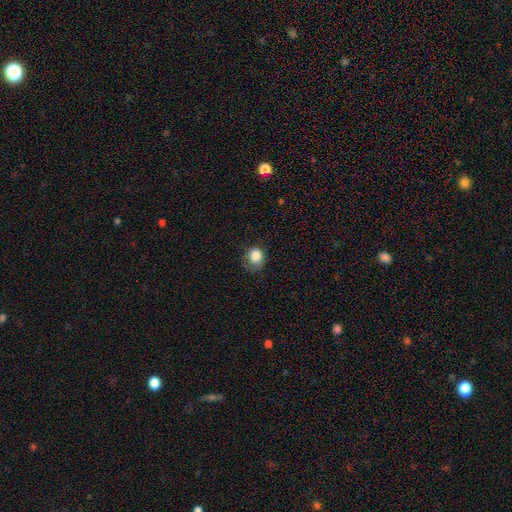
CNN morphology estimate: smooth 84%, star or artifact 9%, featured or disk 7%. Down the decision tree: how rounded — round (70%); merging — none (52%).